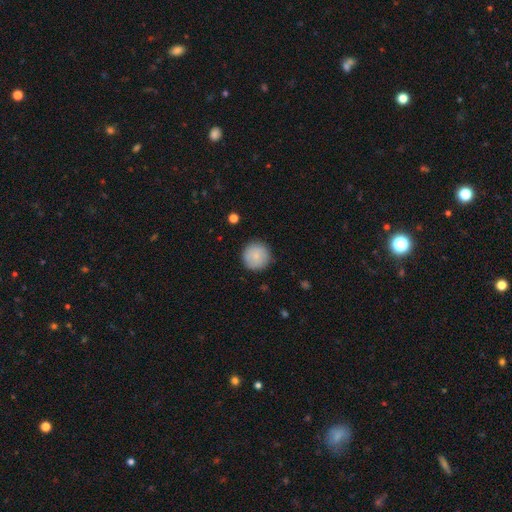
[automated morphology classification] Q: Smooth or featured?
A: smooth (84%); runner-up: featured or disk (9%)
Q: How rounded?
A: round (96%); runner-up: in between (3%)
Q: Merging?
A: none (89%); runner-up: minor disturbance (8%)